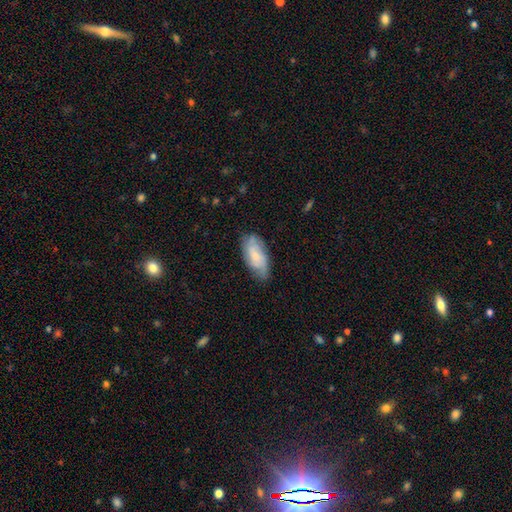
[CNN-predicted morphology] type=smooth (48%); merging=none (70%).